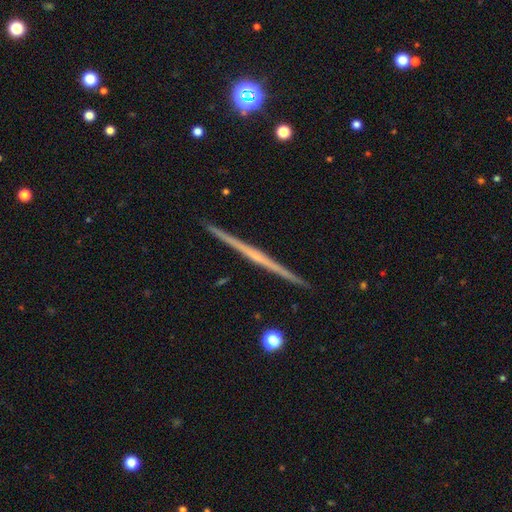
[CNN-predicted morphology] Smooth or featured?
  - featured or disk: 75% *
  - smooth: 19%
  - star or artifact: 6%
Edge-on disk?
  - yes: 99% *
  - no: 1%
Edge-on bulge?
  - none: 75% *
  - rounded: 19%
  - boxy: 5%
Merging?
  - none: 93% *
  - minor disturbance: 5%
  - merger: 1%
  - major disturbance: 1%